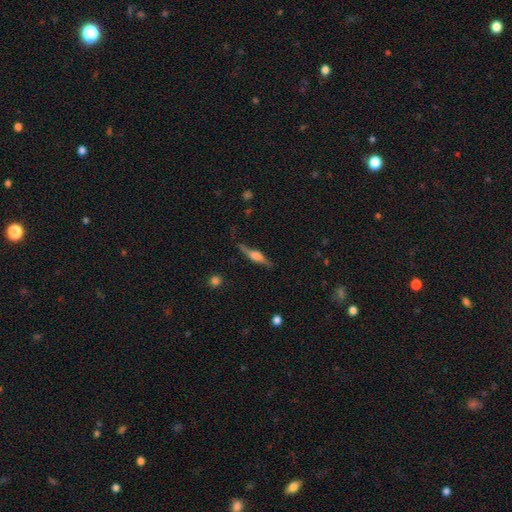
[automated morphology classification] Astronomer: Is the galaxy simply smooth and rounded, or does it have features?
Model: featured or disk — 67%.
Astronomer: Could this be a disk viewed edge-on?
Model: yes — 93%.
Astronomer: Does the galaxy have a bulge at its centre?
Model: rounded — 73%.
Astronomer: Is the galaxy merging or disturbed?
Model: none — 77%.